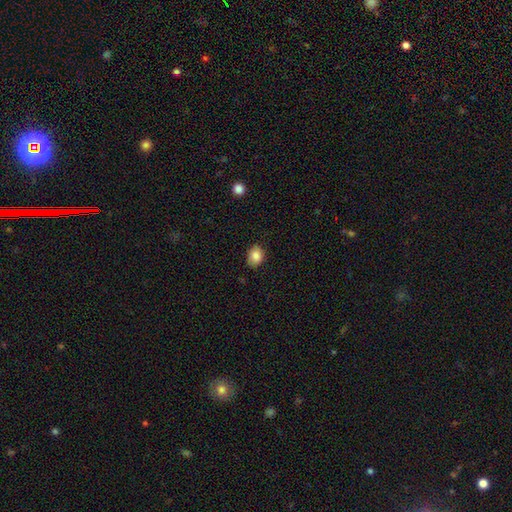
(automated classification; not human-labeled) The model was most divided on "how rounded": in between: 56%, round: 43%, cigar-shaped: 1%. More confident: smooth or featured — smooth (86%); merging — none (80%).